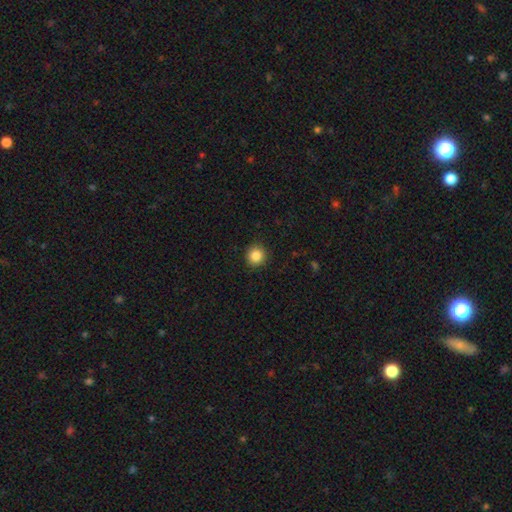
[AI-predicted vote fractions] smooth 85%, star or artifact 10%, featured or disk 4%. Down the decision tree: how rounded — round (92%); merging — none (92%).